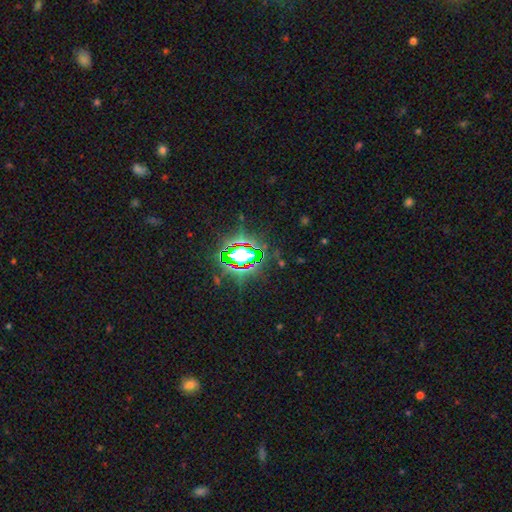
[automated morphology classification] A star or artifact, not a galaxy (82%).